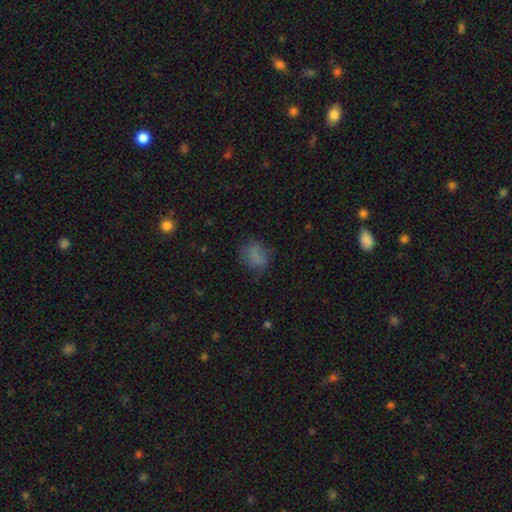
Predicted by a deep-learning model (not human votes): Q: Smooth or featured?
A: smooth (76%); runner-up: star or artifact (14%)
Q: How rounded?
A: round (53%); runner-up: in between (46%)
Q: Merging?
A: none (68%); runner-up: minor disturbance (21%)